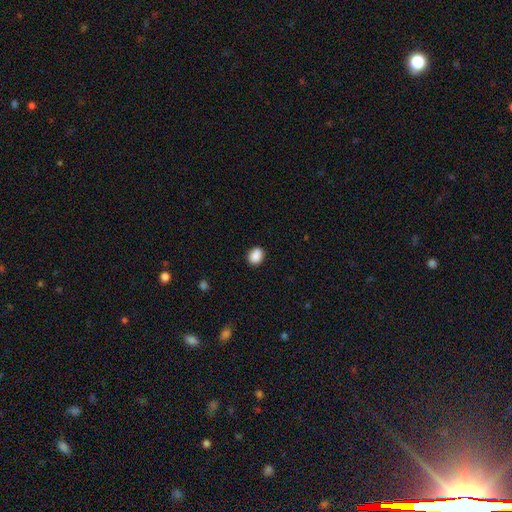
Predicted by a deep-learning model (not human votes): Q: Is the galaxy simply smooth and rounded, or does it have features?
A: smooth — 89%.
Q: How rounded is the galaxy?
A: in between — 55%.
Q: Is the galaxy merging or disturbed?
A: none — 87%.